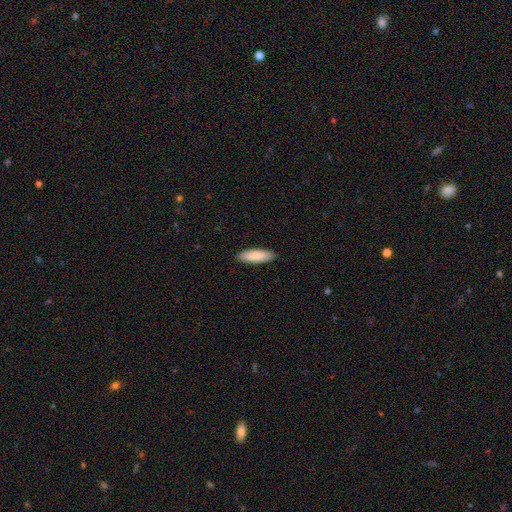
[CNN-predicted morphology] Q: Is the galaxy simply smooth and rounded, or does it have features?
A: smooth — 86%.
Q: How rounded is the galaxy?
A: in between — 55%.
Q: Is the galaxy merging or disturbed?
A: none — 90%.